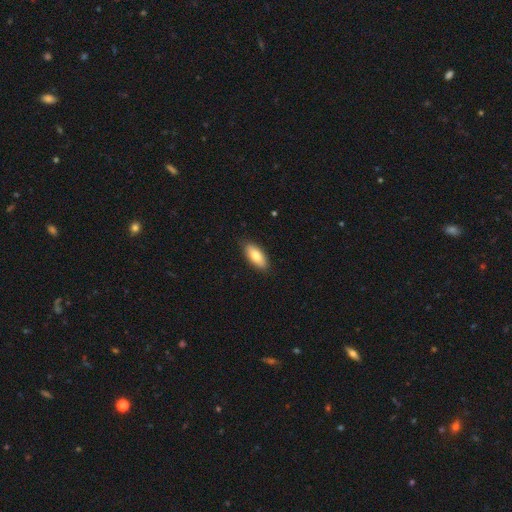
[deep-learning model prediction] A smooth galaxy with no disk features (81%) that is in between round and cigar-shaped (82%).

Vote fractions:
- Smooth or featured? smooth: 81% / featured or disk: 13% / star or artifact: 6%
- How rounded? in between: 82% / cigar-shaped: 16% / round: 2%
- Merging? none: 87% / minor disturbance: 10% / major disturbance: 2% / merger: 1%